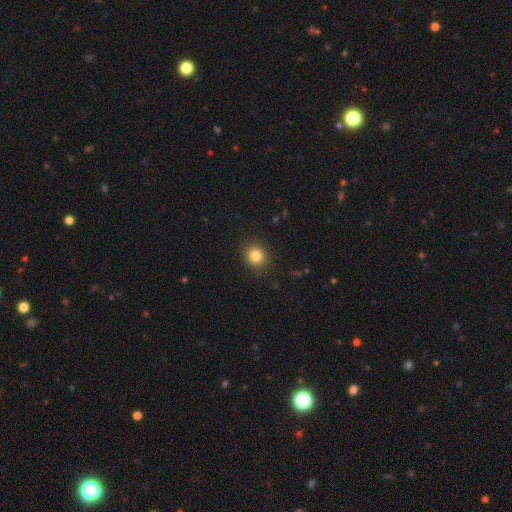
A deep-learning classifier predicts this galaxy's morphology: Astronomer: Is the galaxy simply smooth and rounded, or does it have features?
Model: smooth — 84%.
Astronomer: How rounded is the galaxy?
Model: round — 79%.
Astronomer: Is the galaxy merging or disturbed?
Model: none — 89%.